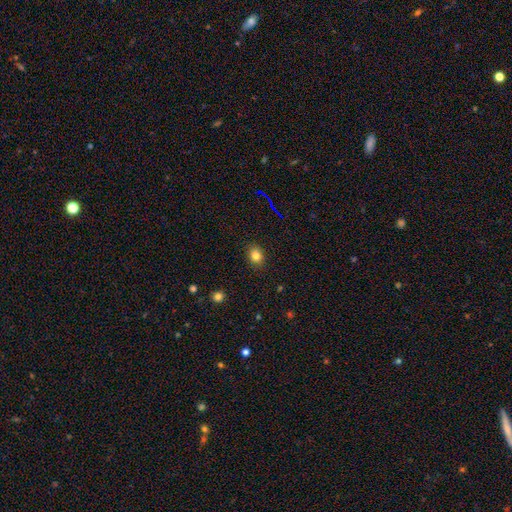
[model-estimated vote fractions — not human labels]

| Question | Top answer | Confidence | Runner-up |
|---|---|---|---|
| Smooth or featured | smooth | 81% | star or artifact (13%) |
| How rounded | round | 51% | in between (48%) |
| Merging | none | 88% | minor disturbance (9%) |